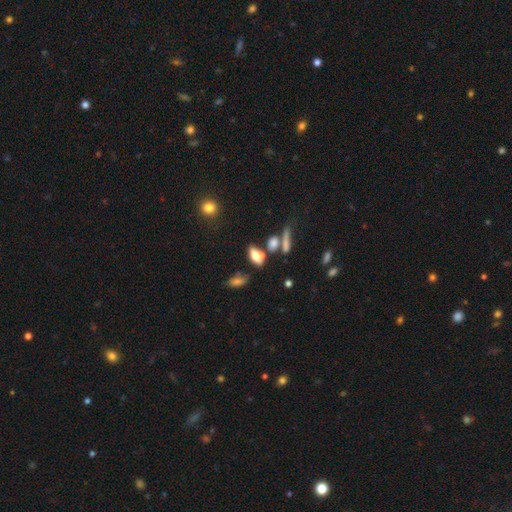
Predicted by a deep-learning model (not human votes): Smooth or featured: smooth — 65% (featured or disk — 21%)
How rounded: in between — 75% (cigar-shaped — 14%)
Merging: none — 42% (merger — 35%)